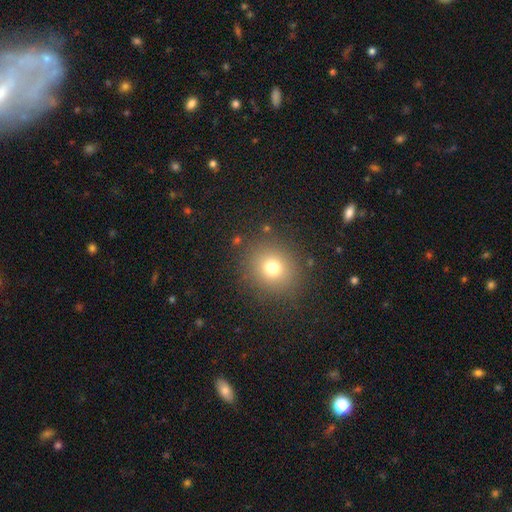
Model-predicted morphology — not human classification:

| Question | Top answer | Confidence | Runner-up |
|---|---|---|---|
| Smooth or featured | smooth | 59% | star or artifact (30%) |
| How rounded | round | 89% | in between (10%) |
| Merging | none | 90% | minor disturbance (6%) |